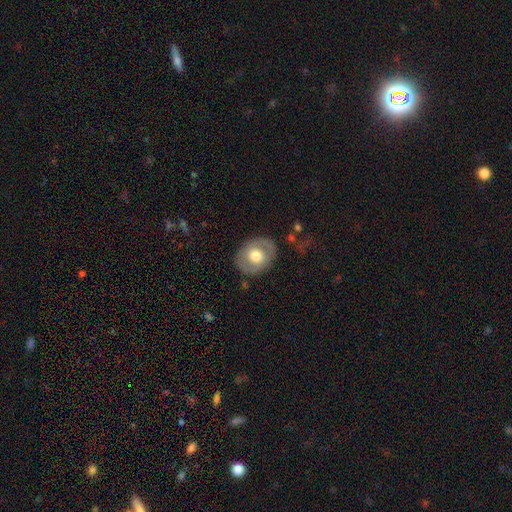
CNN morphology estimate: type=smooth (50%); roundness=in between (52%); merging=none (83%).